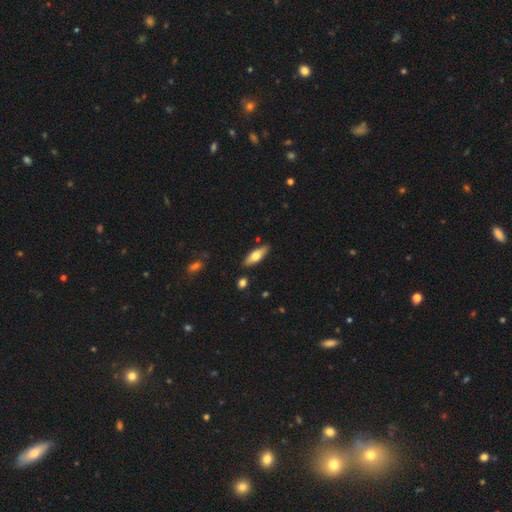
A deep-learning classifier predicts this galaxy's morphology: A smooth galaxy with no disk features (56%) that is in between round and cigar-shaped (57%).

Vote fractions:
- Smooth or featured? smooth: 56% / featured or disk: 39% / star or artifact: 6%
- How rounded? in between: 57% / cigar-shaped: 41% / round: 2%
- Merging? none: 86% / minor disturbance: 10% / merger: 2% / major disturbance: 2%